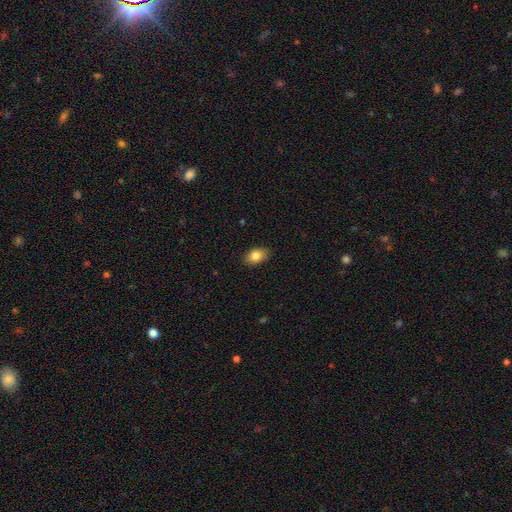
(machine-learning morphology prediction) Smooth or featured? smooth (83%)
How rounded? in between (87%)
Merging? none (87%)